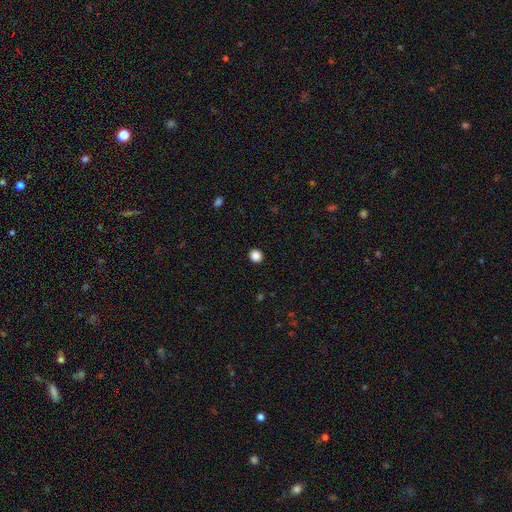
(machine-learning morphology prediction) This is clearly a smooth galaxy (87%). How rounded: clearly round (89%). Merging: clearly none (93%).